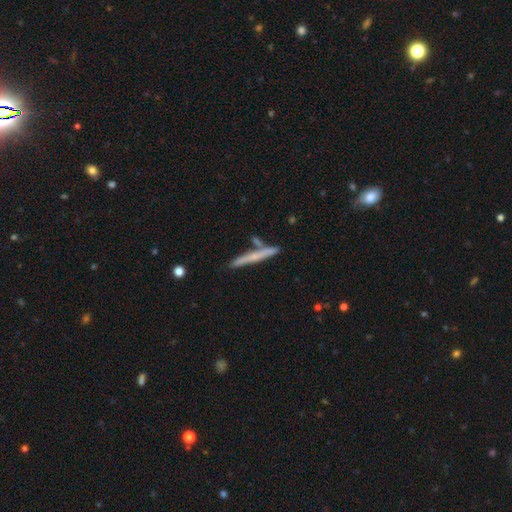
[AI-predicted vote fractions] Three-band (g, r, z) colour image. It shows a smooth galaxy with no disk features (49%). Merging: none (79%).